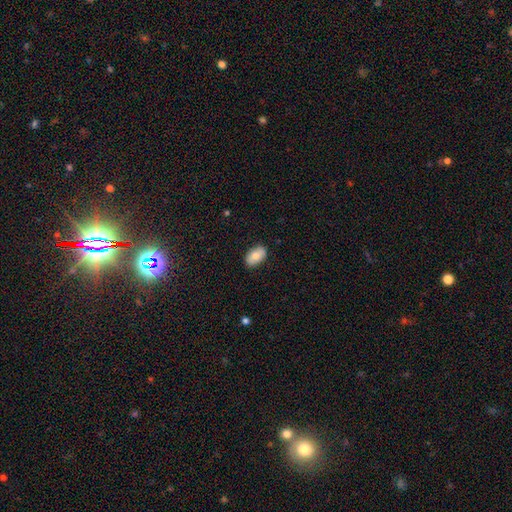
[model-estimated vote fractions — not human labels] Q: Smooth or featured?
A: smooth (77%); runner-up: featured or disk (17%)
Q: How rounded?
A: in between (93%); runner-up: round (6%)
Q: Merging?
A: none (86%); runner-up: minor disturbance (11%)